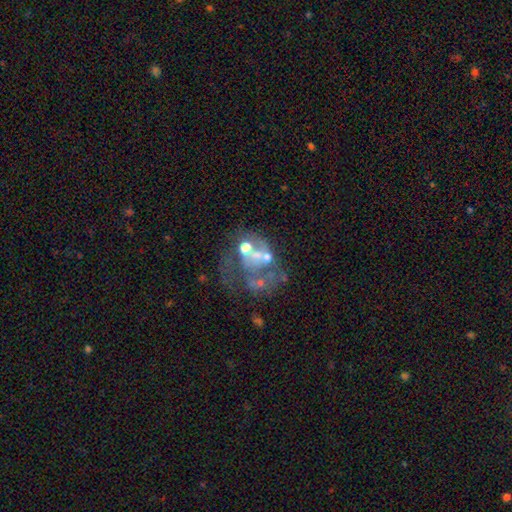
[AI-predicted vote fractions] Morphology: type=featured or disk (62%); edge-on=no (98%); bar=no (86%); spiral arms=no (81%); bulge=none (43%); merging=major disturbance (33%).